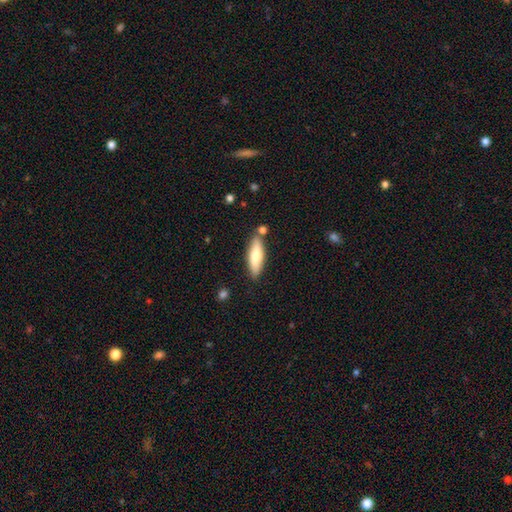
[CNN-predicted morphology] This appears to be a smooth galaxy with no disk features (70%) that is cigar-shaped (53%). Merging: none (79%).